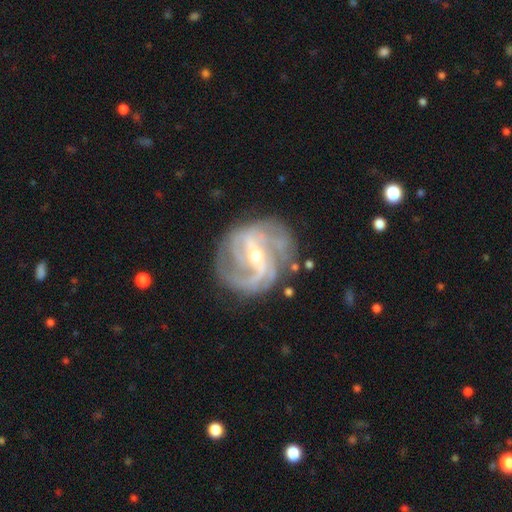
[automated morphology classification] type=featured or disk (90%); edge-on=no (97%); bar=strong (45%); spiral arms=yes (96%); winding=medium (47%); arm count=2 (44%); bulge=small (59%); merging=none (72%).